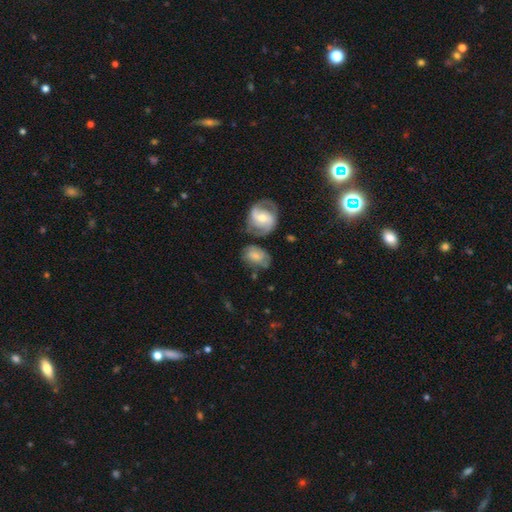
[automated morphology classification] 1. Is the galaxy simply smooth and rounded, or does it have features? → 50% smooth, 42% featured or disk, 8% star or artifact.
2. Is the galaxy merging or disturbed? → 50% none, 24% minor disturbance, 14% merger, 12% major disturbance.